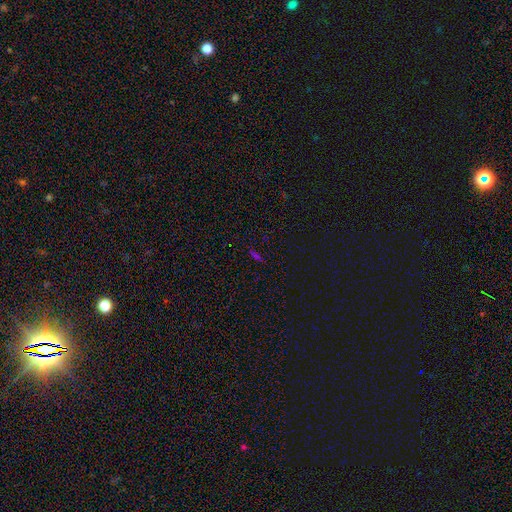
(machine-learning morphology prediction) type=star or artifact (44%).